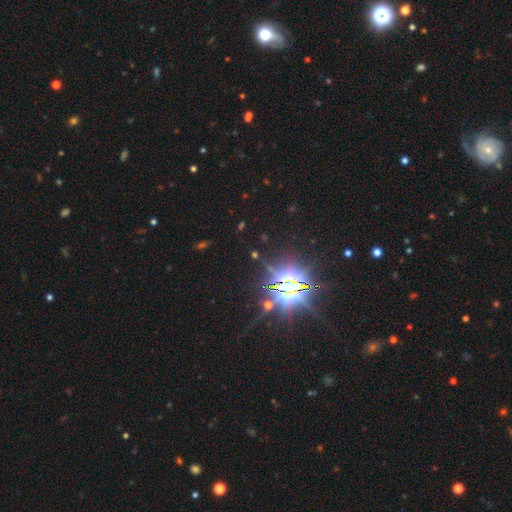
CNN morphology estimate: smooth_or_featured: star or artifact (p=0.82) [alt: featured or disk p=0.09]